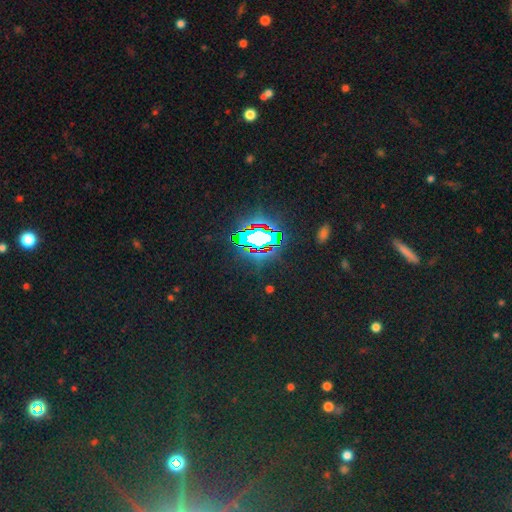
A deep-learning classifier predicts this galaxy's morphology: Smooth or featured? star or artifact (78%)